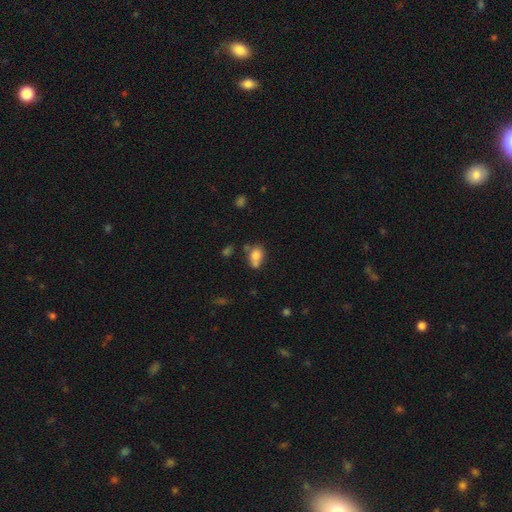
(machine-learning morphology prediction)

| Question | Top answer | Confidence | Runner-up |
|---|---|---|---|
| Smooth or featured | smooth | 77% | featured or disk (13%) |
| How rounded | in between | 68% | round (31%) |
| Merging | none | 40% | merger (31%) |